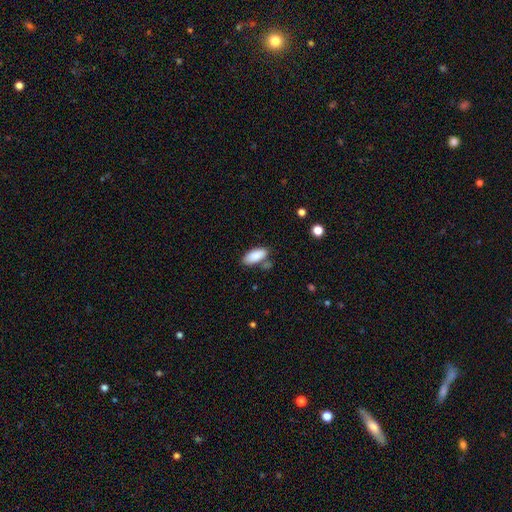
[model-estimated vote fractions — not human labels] Morphology: type=smooth (88%); roundness=in between (90%); merging=none (68%).